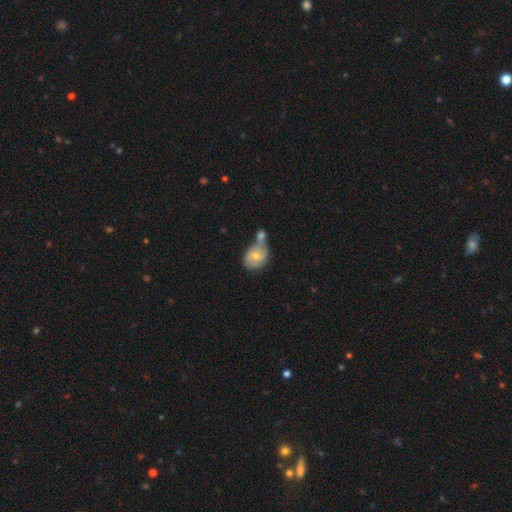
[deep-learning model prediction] Smooth or featured: smooth — 56% (featured or disk — 37%)
How rounded: in between — 54% (round — 45%)
Merging: merger — 53% (none — 26%)